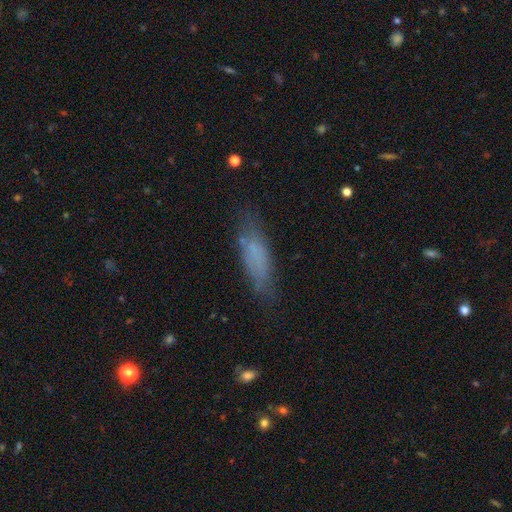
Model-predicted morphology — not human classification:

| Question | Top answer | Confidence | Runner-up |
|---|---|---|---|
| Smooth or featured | smooth | 67% | featured or disk (22%) |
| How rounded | cigar-shaped | 55% | in between (43%) |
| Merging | none | 69% | minor disturbance (21%) |